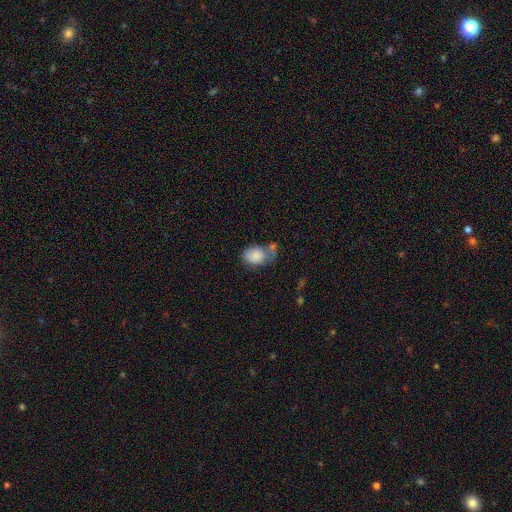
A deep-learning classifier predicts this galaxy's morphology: smooth_or_featured: smooth (p=0.84) [alt: featured or disk p=0.09]
how_rounded: in between (p=0.73) [alt: round p=0.26]
merging: none (p=0.36) [alt: merger p=0.27]